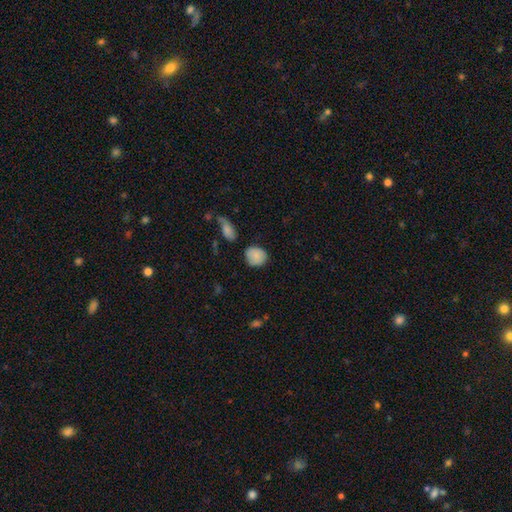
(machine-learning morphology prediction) This appears to be a smooth galaxy with no disk features (83%) that is round (65%). Merging: none (72%).